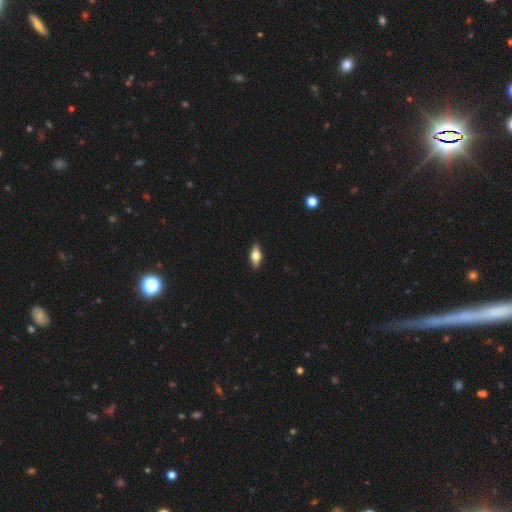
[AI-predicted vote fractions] Smooth or featured? smooth (59%)
How rounded? in between (77%)
Merging? none (89%)